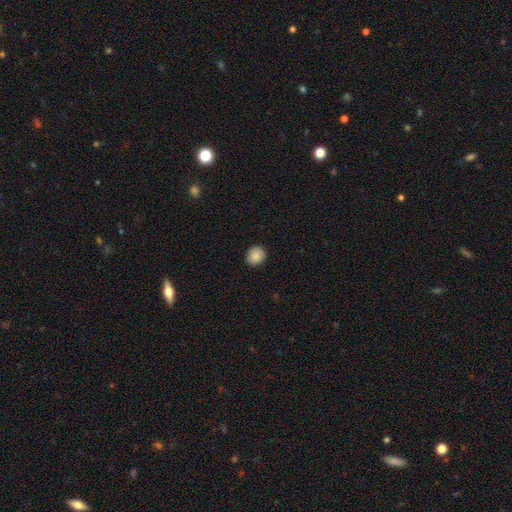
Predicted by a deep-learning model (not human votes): Smooth or featured: smooth — 88% (star or artifact — 8%)
How rounded: round — 70% (in between — 29%)
Merging: none — 89% (minor disturbance — 8%)